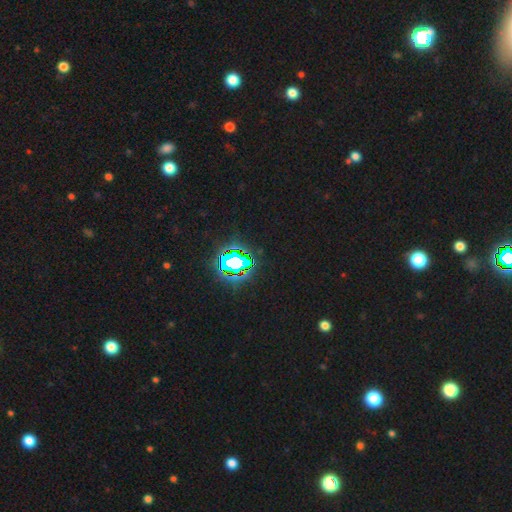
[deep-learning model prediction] Overall: star or artifact (83%).